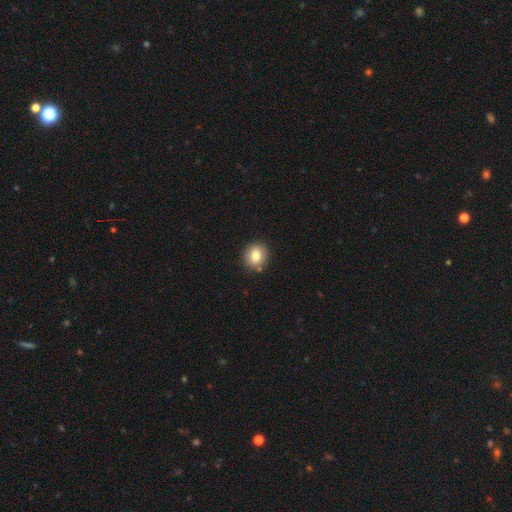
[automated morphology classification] A smooth galaxy with no disk features (81%) that is round (78%).

Vote fractions:
- Smooth or featured? smooth: 81% / star or artifact: 10% / featured or disk: 9%
- How rounded? round: 78% / in between: 21% / cigar-shaped: 1%
- Merging? none: 86% / minor disturbance: 9% / merger: 3% / major disturbance: 2%